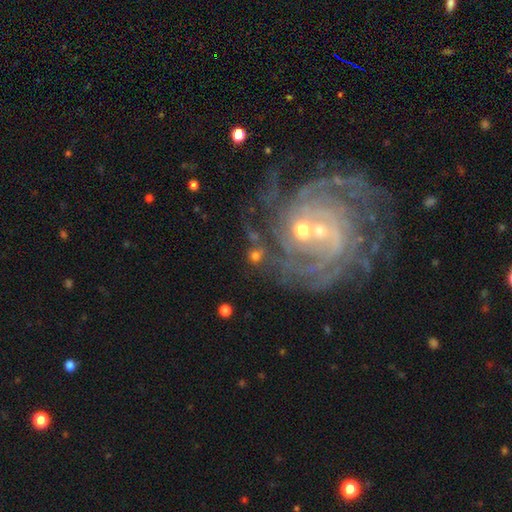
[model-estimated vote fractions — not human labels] smooth 43%, featured or disk 36%, star or artifact 21%. Down the decision tree: merging — none (59%).